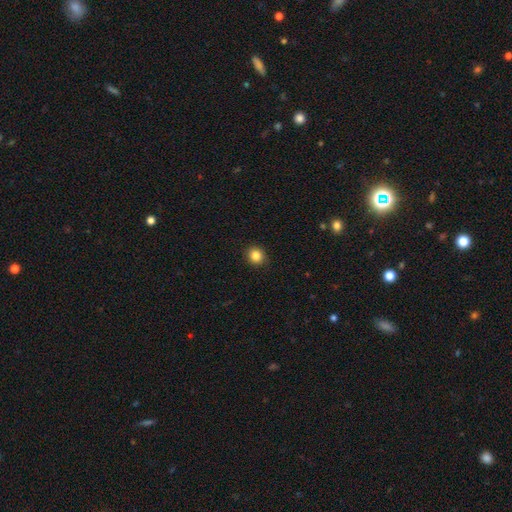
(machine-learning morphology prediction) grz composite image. It shows a smooth galaxy with no disk features (85%) that is round (86%). Merging: none (92%).